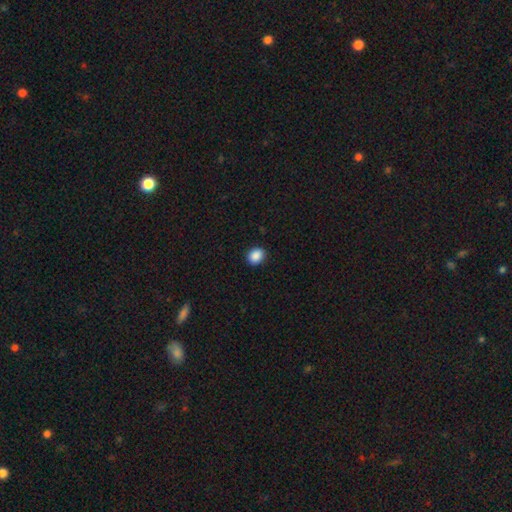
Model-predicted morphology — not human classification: smooth-or-featured: smooth: 89% | star or artifact: 8% | featured or disk: 3%
  how-rounded: round: 56% | in between: 43% | cigar-shaped: 1%
  merging: none: 91% | minor disturbance: 6% | major disturbance: 2% | merger: 1%